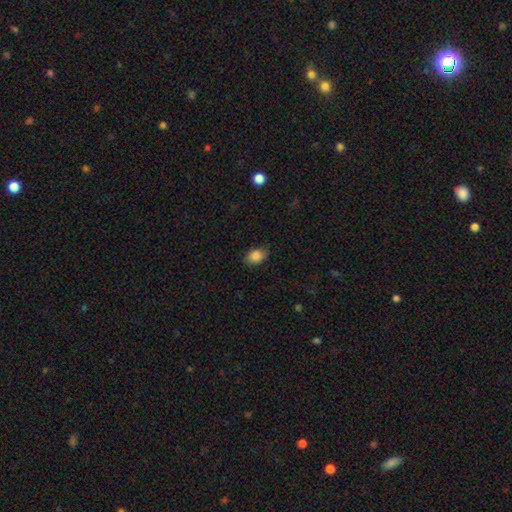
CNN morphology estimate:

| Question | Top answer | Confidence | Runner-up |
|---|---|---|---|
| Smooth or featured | smooth | 86% | star or artifact (9%) |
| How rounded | in between | 74% | round (24%) |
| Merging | none | 79% | minor disturbance (16%) |